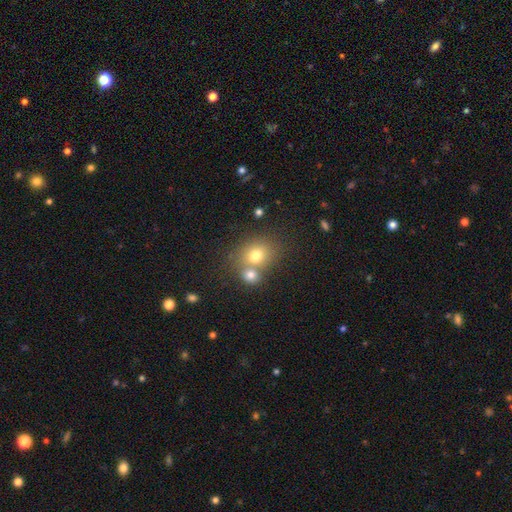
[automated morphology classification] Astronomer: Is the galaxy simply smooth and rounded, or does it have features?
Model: smooth — 74%.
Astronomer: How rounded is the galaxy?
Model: round — 66%.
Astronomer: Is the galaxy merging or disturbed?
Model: none — 45% (runner-up: merger, 43%).